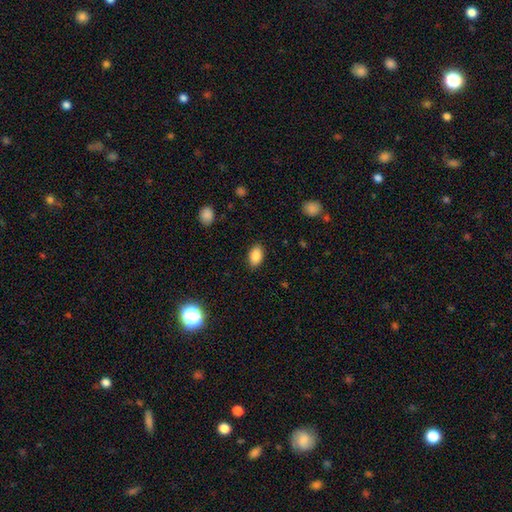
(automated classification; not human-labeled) Morphology: type=smooth (87%); roundness=in between (90%); merging=none (86%).